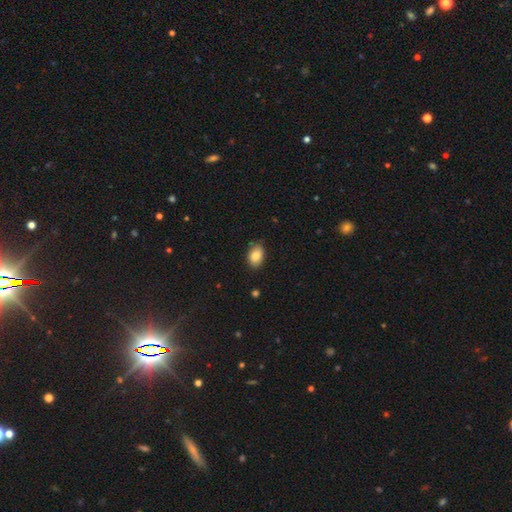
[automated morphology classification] smooth_or_featured: smooth (p=0.85) [alt: featured or disk p=0.08]
how_rounded: in between (p=0.86) [alt: round p=0.13]
merging: none (p=0.81) [alt: minor disturbance p=0.15]